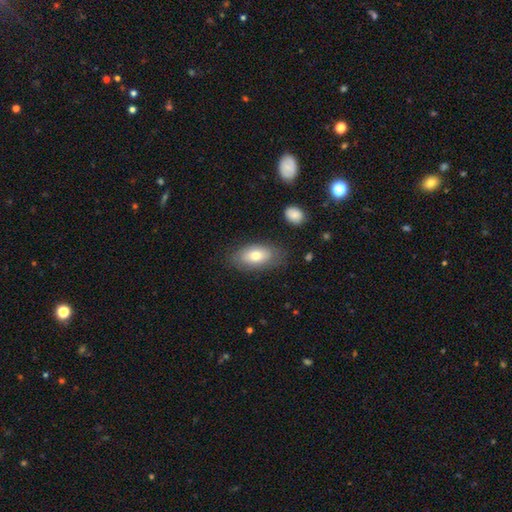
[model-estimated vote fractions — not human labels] smooth 74%, featured or disk 19%, star or artifact 8%. Down the decision tree: how rounded — in between (90%); merging — none (79%).